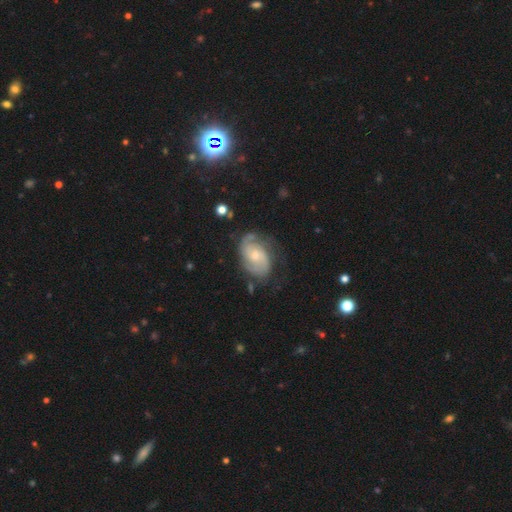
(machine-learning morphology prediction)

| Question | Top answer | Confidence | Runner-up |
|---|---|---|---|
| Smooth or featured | featured or disk | 83% | smooth (11%) |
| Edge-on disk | no | 97% | yes (3%) |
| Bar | no | 64% | weak (31%) |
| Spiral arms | yes | 95% | no (5%) |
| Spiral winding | tight | 43% | medium (42%) |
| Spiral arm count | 2 | 73% | can't tell (12%) |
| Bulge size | small | 57% | moderate (37%) |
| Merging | none | 66% | minor disturbance (22%) |